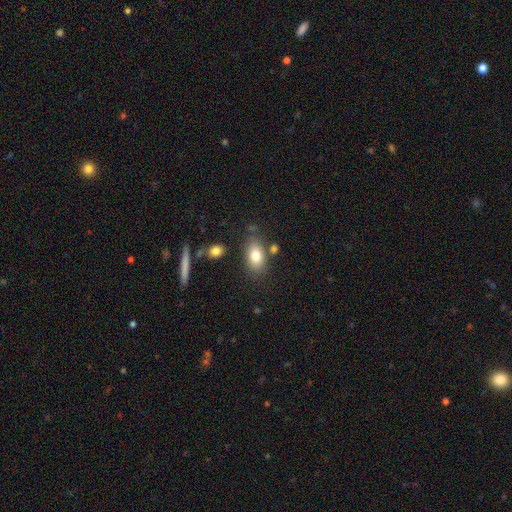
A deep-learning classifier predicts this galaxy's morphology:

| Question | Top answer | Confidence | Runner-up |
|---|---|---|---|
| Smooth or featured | smooth | 79% | featured or disk (13%) |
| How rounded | in between | 88% | round (9%) |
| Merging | none | 75% | minor disturbance (14%) |